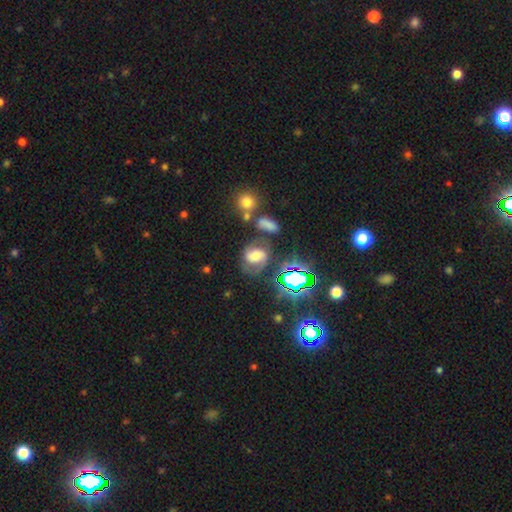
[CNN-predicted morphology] Overall: featured or disk (50%; smooth 30%). Edge-on disk: no (96%). Merging: none (55%; minor disturbance 20%).